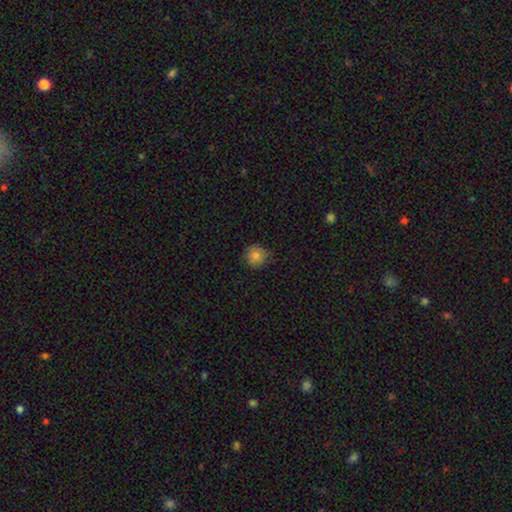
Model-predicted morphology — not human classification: smooth-or-featured: smooth: 82% | star or artifact: 11% | featured or disk: 7%
  how-rounded: round: 92% | in between: 7% | cigar-shaped: 1%
  merging: none: 80% | minor disturbance: 16% | major disturbance: 3% | merger: 1%